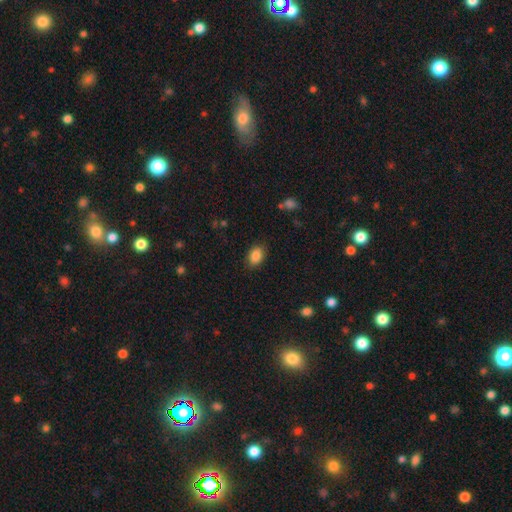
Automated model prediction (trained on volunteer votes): Overall: smooth (87%). How rounded: in between (82%). Merging: none (85%).